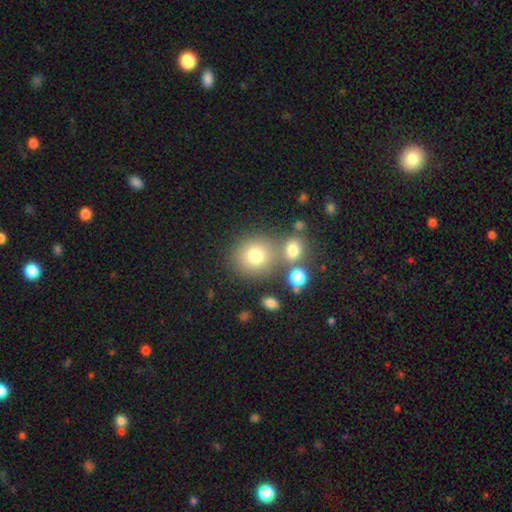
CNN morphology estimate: This appears to be a smooth galaxy with no disk features (75%) that is round (84%). Merging: none (65%).